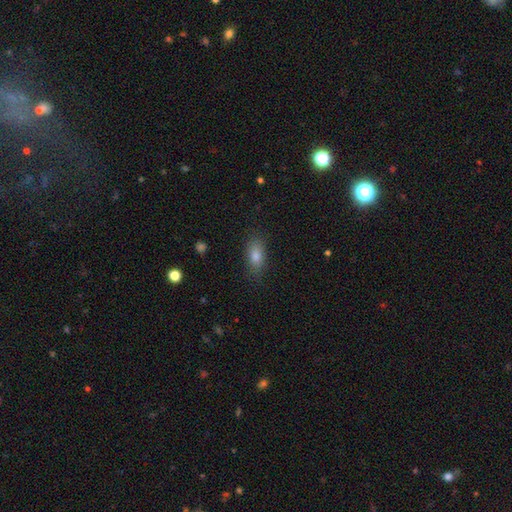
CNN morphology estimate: The model was most divided on "smooth or featured": smooth: 78%, featured or disk: 11%, star or artifact: 11%. More confident: merging — none (84%); how rounded — in between (80%).